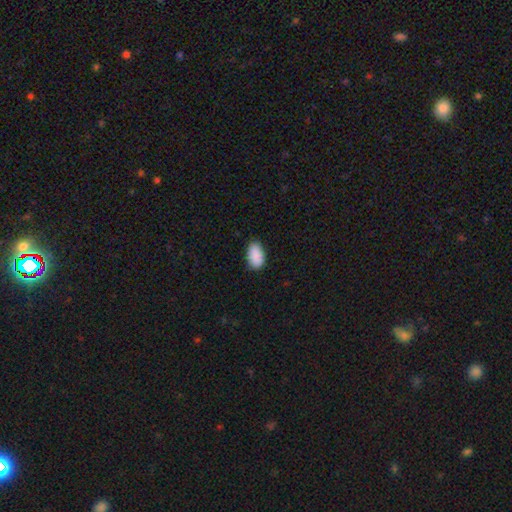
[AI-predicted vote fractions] A smooth galaxy with no disk features (90%) that is in between round and cigar-shaped (94%).

Vote fractions:
- Smooth or featured? smooth: 90% / star or artifact: 7% / featured or disk: 3%
- How rounded? in between: 94% / round: 5% / cigar-shaped: 1%
- Merging? none: 82% / minor disturbance: 15% / major disturbance: 2% / merger: 1%